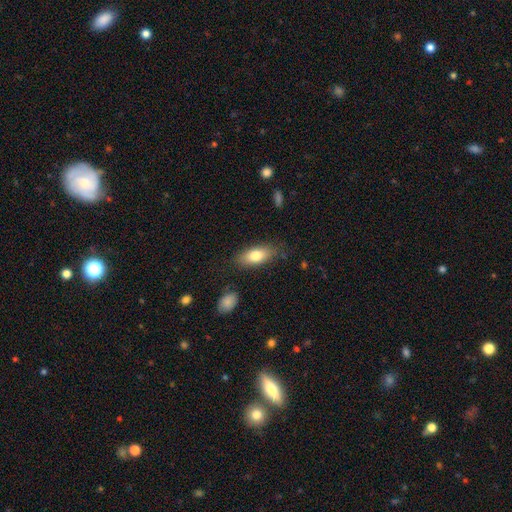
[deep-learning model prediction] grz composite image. It shows a smooth galaxy with no disk features (77%) that is in between round and cigar-shaped (82%). Merging: none (81%).